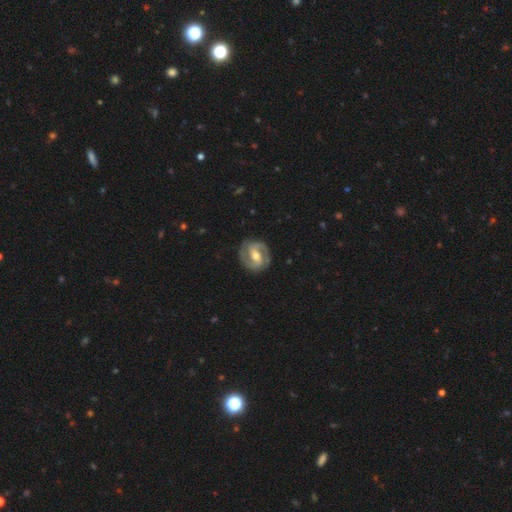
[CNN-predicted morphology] This is clearly a featured or disk galaxy (84%). It is clearly not viewed edge-on (97%). Bar: marginally strong (41%, tied with weak). Spiral arm pattern: clearly yes (92%). Spiral arm count: clearly 2 (91%). Spiral winding: possibly medium (48%). Central bulge: likely moderate (70%). Merging: clearly none (85%).